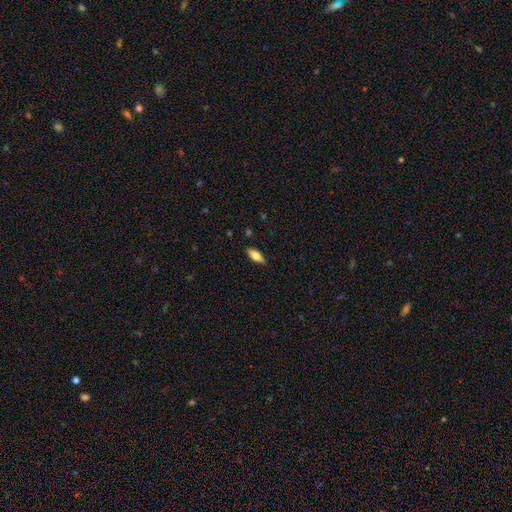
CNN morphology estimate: Smooth or featured: smooth — 67% (featured or disk — 27%)
How rounded: in between — 71% (cigar-shaped — 27%)
Merging: none — 87% (minor disturbance — 10%)